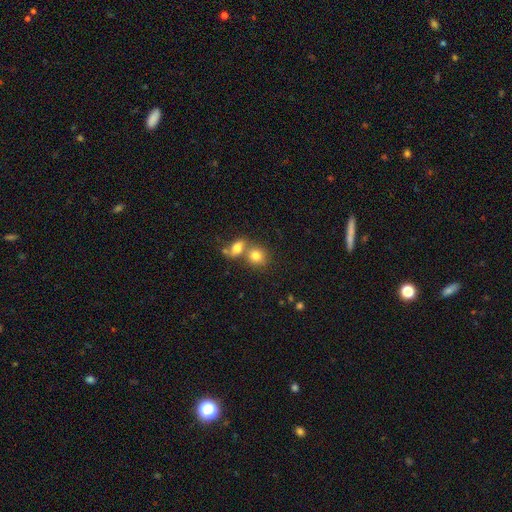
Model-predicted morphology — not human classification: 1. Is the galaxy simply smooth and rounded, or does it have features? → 79% smooth, 11% featured or disk, 10% star or artifact.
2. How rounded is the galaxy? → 69% round, 29% in between, 1% cigar-shaped.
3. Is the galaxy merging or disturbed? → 48% merger, 40% none, 8% minor disturbance, 4% major disturbance.